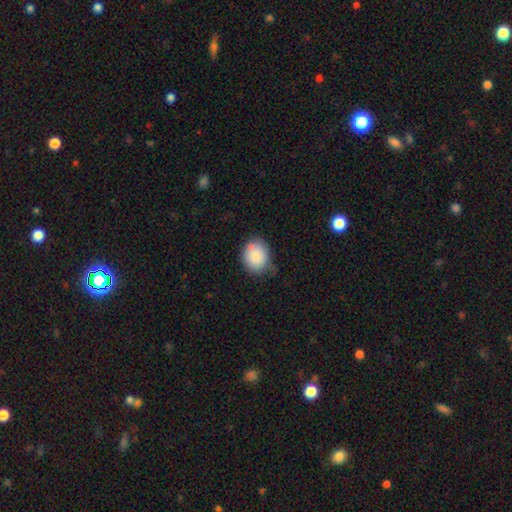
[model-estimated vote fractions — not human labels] Smooth or featured? smooth (85%)
How rounded? round (58%)
Merging? none (62%)